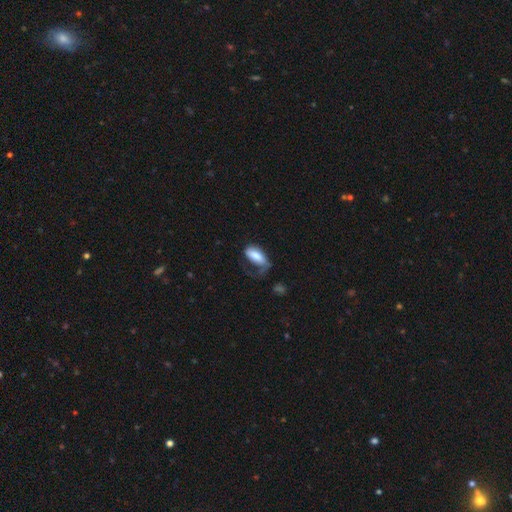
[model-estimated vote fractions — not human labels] smooth_or_featured: smooth (p=0.74) [alt: featured or disk p=0.20]
how_rounded: in between (p=0.90) [alt: cigar-shaped p=0.08]
merging: major disturbance (p=0.41) [alt: none p=0.30]